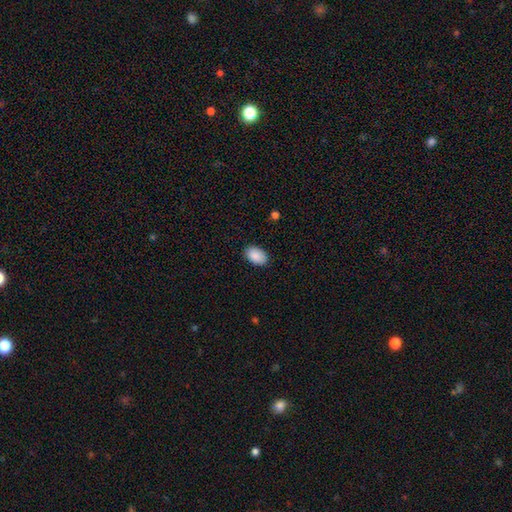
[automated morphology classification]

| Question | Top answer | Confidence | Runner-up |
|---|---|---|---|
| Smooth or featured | smooth | 90% | star or artifact (6%) |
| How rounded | in between | 92% | round (7%) |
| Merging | none | 88% | minor disturbance (9%) |